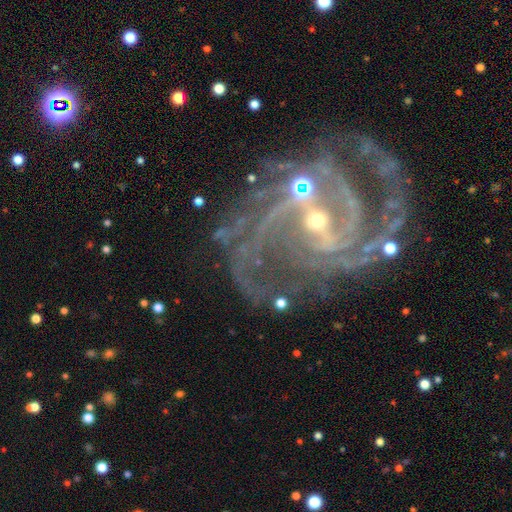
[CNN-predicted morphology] Smooth or featured? featured or disk (91%)
Edge-on disk? no (98%)
Bar? strong (42%)
Spiral arms? yes (98%)
Spiral winding? medium (50%)
Spiral arm count? 2 (43%)
Bulge size? small (69%)
Merging? none (54%)